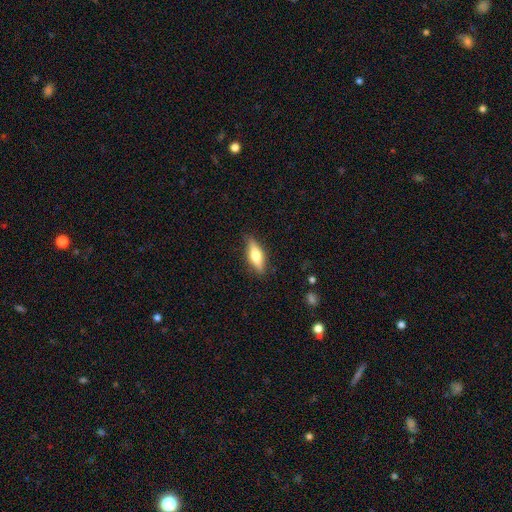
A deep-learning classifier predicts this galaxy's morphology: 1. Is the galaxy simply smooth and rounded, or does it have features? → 55% smooth, 38% featured or disk, 6% star or artifact.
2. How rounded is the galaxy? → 49% in between, 48% cigar-shaped, 3% round.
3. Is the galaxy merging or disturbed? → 86% none, 11% minor disturbance, 2% major disturbance, 1% merger.